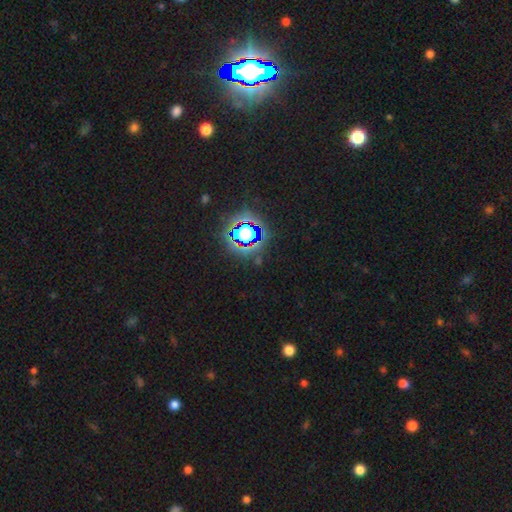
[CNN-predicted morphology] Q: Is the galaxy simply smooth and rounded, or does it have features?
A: star or artifact — 81%.